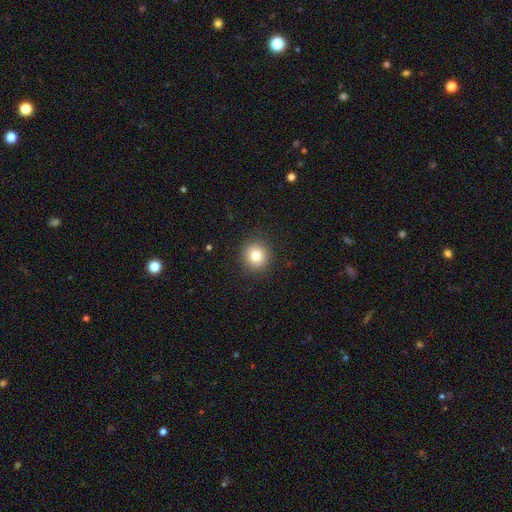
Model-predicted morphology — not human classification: A smooth galaxy with no disk features (80%) that is round (92%).

Vote fractions:
- Smooth or featured? smooth: 80% / star or artifact: 12% / featured or disk: 9%
- How rounded? round: 92% / in between: 7% / cigar-shaped: 1%
- Merging? none: 91% / minor disturbance: 6% / major disturbance: 2% / merger: 1%